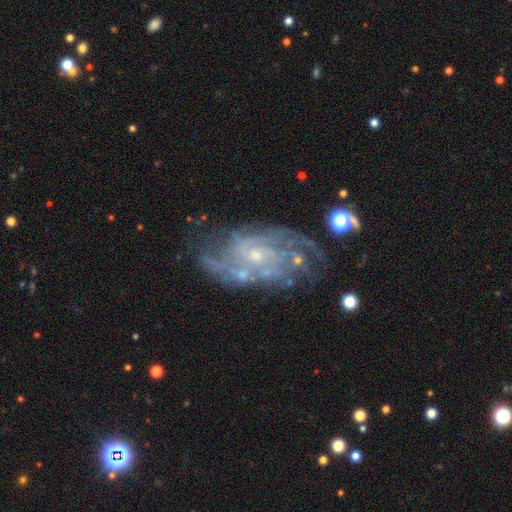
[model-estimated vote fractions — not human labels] Smooth or featured? Predicted: featured or disk (p=0.85). Edge-on disk? Predicted: no (p=0.96). Bar? Predicted: no (p=0.64). Spiral arms? Predicted: yes (p=0.93). Spiral winding? Predicted: tight (p=0.49). Spiral arm count? Predicted: can't tell (p=0.35). Bulge size? Predicted: small (p=0.72). Merging? Predicted: none (p=0.65).